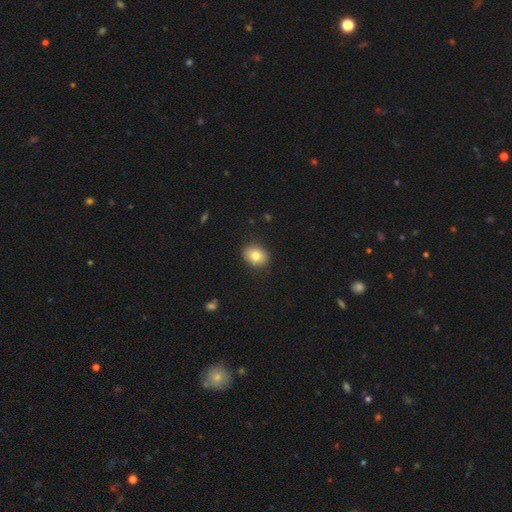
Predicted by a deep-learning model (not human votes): Smooth or featured: smooth — 82% (featured or disk — 9%)
How rounded: in between — 55% (round — 44%)
Merging: none — 88% (minor disturbance — 9%)